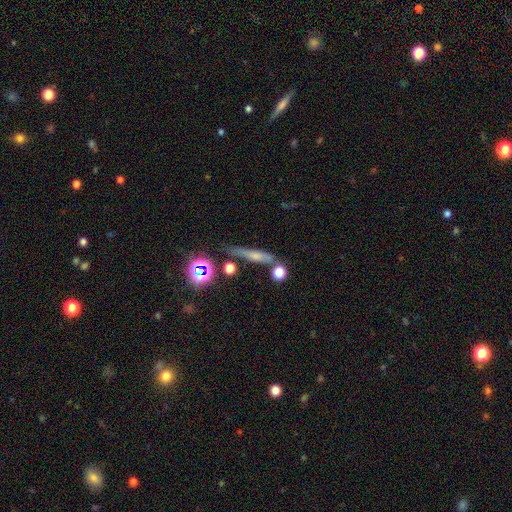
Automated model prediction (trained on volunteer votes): A smooth galaxy with no disk features (49%).

Vote fractions:
- Smooth or featured? smooth: 49% / featured or disk: 33% / star or artifact: 19%
- Merging? none: 70% / minor disturbance: 15% / merger: 10% / major disturbance: 5%